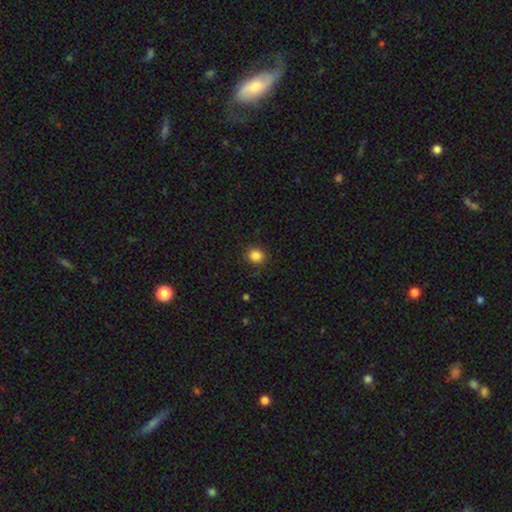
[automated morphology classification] smooth-or-featured: smooth: 85% | star or artifact: 11% | featured or disk: 4%
  how-rounded: round: 86% | in between: 13% | cigar-shaped: 1%
  merging: none: 89% | minor disturbance: 8% | major disturbance: 2% | merger: 1%